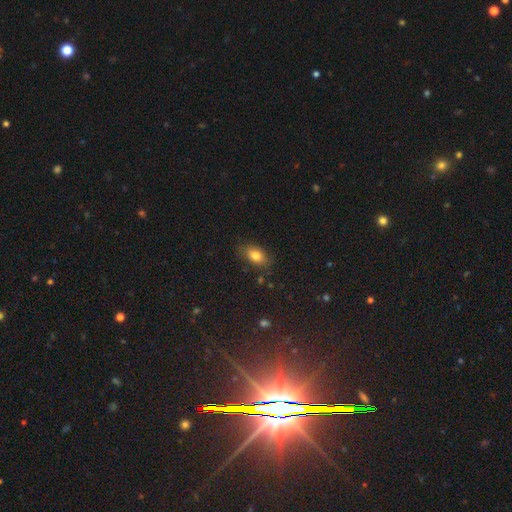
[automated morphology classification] smooth-or-featured: smooth: 81% | star or artifact: 10% | featured or disk: 9%
  how-rounded: in between: 85% | round: 12% | cigar-shaped: 3%
  merging: none: 82% | minor disturbance: 13% | major disturbance: 3% | merger: 2%